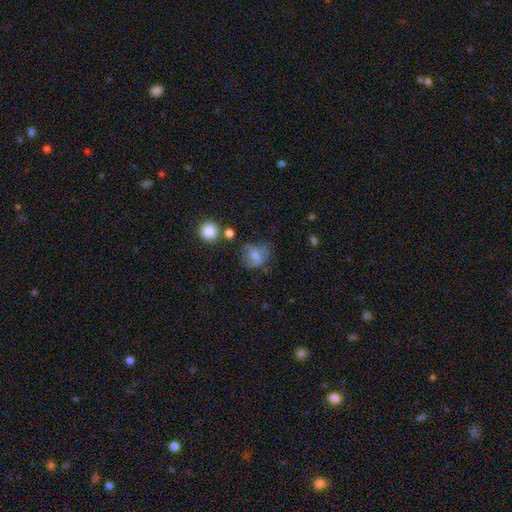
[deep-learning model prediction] The model was most divided on "how rounded": round: 58%, in between: 40%, cigar-shaped: 1%. Remaining: smooth or featured — smooth (65%); merging — none (49%).